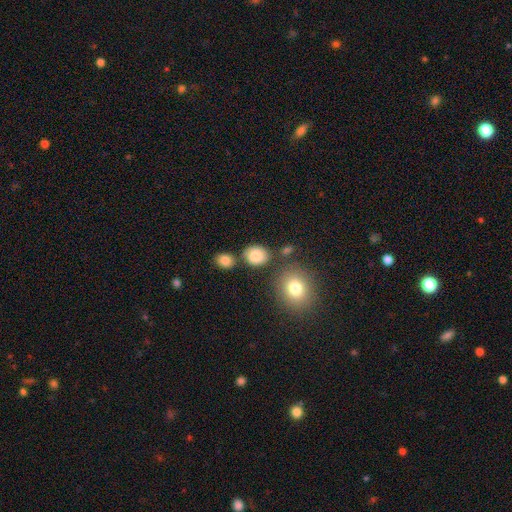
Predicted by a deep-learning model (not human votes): A smooth galaxy with no disk features (83%) that is round (64%).

Vote fractions:
- Smooth or featured? smooth: 83% / star or artifact: 9% / featured or disk: 7%
- How rounded? round: 64% / in between: 35% / cigar-shaped: 1%
- Merging? none: 71% / minor disturbance: 15% / merger: 10% / major disturbance: 5%